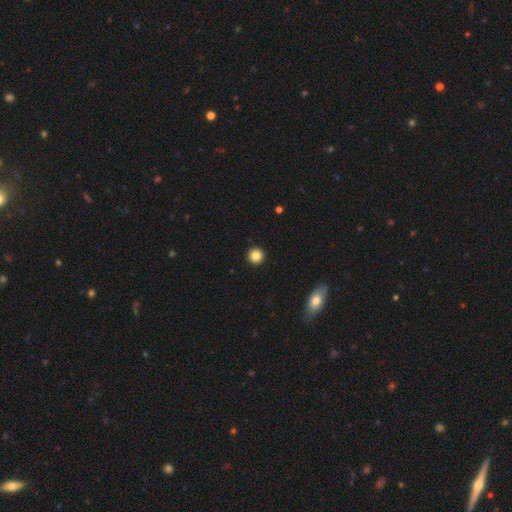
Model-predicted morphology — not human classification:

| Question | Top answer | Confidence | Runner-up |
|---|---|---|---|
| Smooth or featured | smooth | 85% | star or artifact (10%) |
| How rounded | round | 96% | in between (3%) |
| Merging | none | 94% | minor disturbance (4%) |